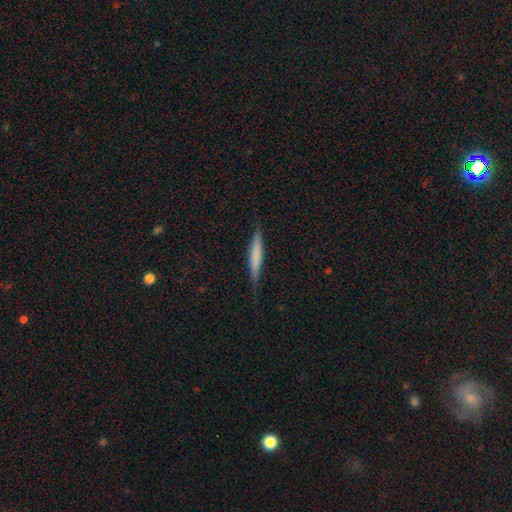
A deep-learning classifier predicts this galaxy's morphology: Smooth or featured? Predicted: smooth (p=0.59). How rounded? Predicted: cigar-shaped (p=0.94). Merging? Predicted: none (p=0.83).